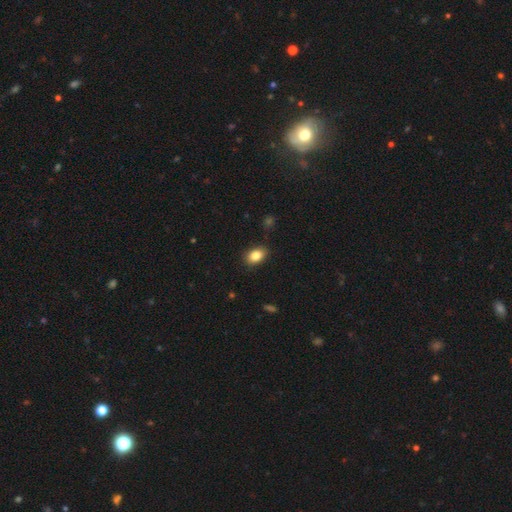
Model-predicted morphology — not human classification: Smooth or featured: smooth — 85% (star or artifact — 9%)
How rounded: in between — 80% (round — 19%)
Merging: none — 86% (minor disturbance — 10%)